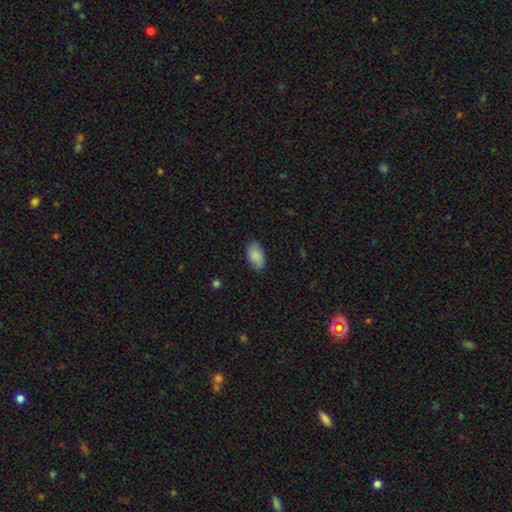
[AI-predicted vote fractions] The model was most divided on "merging": none: 84%, minor disturbance: 13%, major disturbance: 2%, merger: 1%. More confident: how rounded — in between (94%); smooth or featured — smooth (88%).